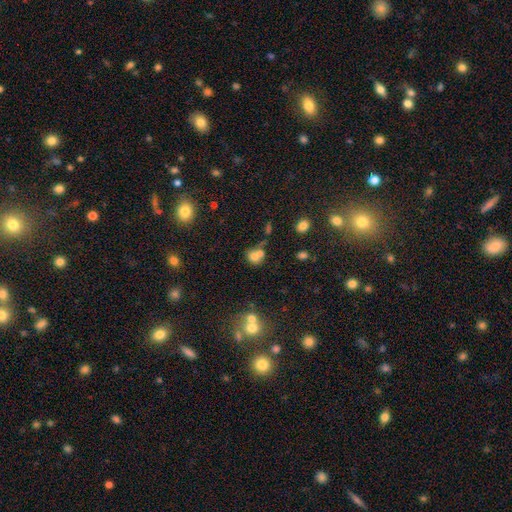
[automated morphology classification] A smooth galaxy with no disk features (71%) that is round (68%).

Vote fractions:
- Smooth or featured? smooth: 71% / featured or disk: 15% / star or artifact: 14%
- How rounded? round: 68% / in between: 31% / cigar-shaped: 1%
- Merging? merger: 52% / none: 33% / minor disturbance: 10% / major disturbance: 5%